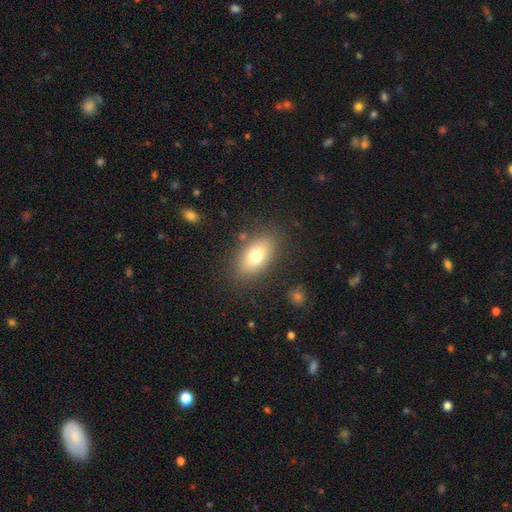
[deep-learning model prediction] A smooth galaxy with no disk features (75%) that is in between round and cigar-shaped (88%). Merging: none (83%).